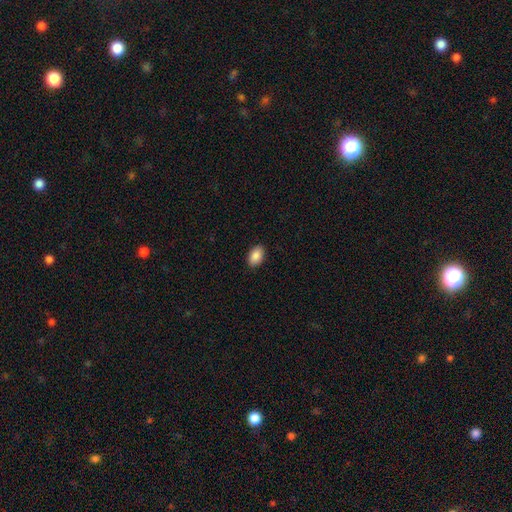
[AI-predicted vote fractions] smooth 89%, star or artifact 7%, featured or disk 4%. Down the decision tree: how rounded — in between (91%); merging — none (90%).